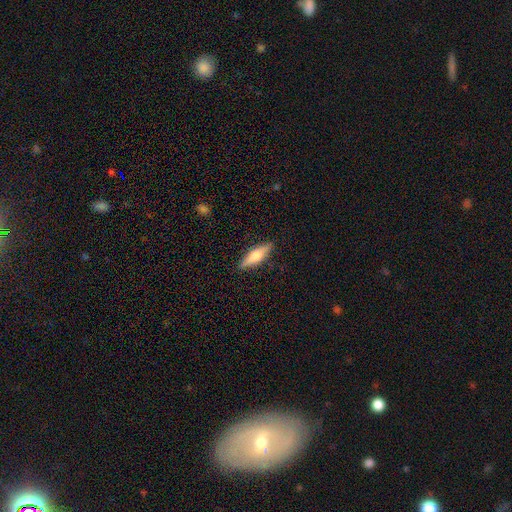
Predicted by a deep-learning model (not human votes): Smooth or featured? smooth (52%)
How rounded? cigar-shaped (60%)
Merging? none (88%)